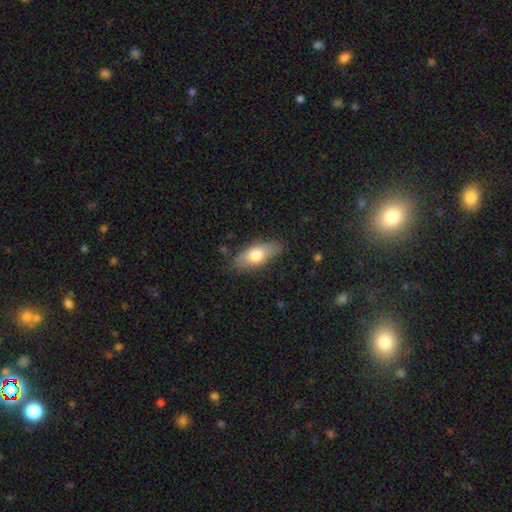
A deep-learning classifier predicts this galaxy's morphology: Smooth or featured: smooth — 72% (featured or disk — 22%)
How rounded: in between — 83% (cigar-shaped — 14%)
Merging: none — 80% (minor disturbance — 16%)